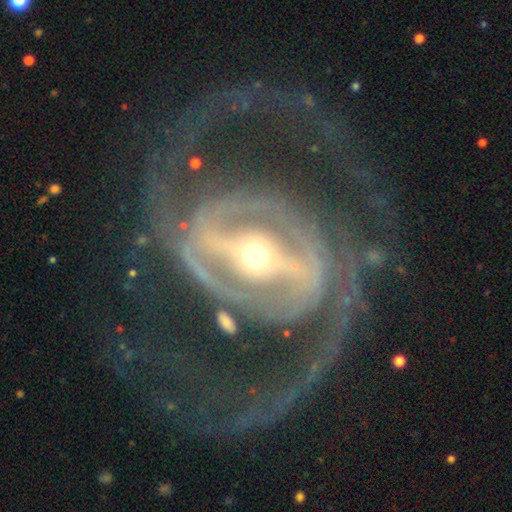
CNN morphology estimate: Smooth or featured?
  - featured or disk: 92% *
  - star or artifact: 5%
  - smooth: 4%
Edge-on disk?
  - no: 96% *
  - yes: 4%
Bar?
  - strong: 72% *
  - weak: 19%
  - no: 9%
Spiral arms?
  - yes: 92% *
  - no: 8%
Spiral winding?
  - medium: 48% *
  - loose: 26%
  - tight: 26%
Spiral arm count?
  - 2: 75% *
  - can't tell: 7%
  - 3: 7%
  - 1: 4%
  - 4: 4%
  - more than 4: 3%
Bulge size?
  - moderate: 50% *
  - small: 43%
  - large: 4%
  - dominant: 1%
  - none: 1%
Merging?
  - none: 55% *
  - major disturbance: 28%
  - minor disturbance: 14%
  - merger: 3%